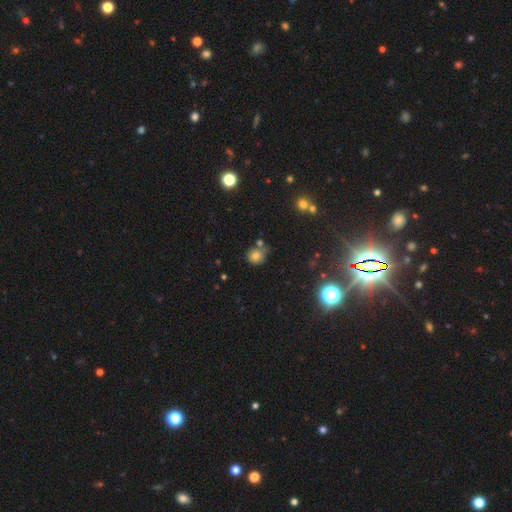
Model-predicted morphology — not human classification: A smooth galaxy with no disk features (74%) that is round (78%). Merging: none (60%).